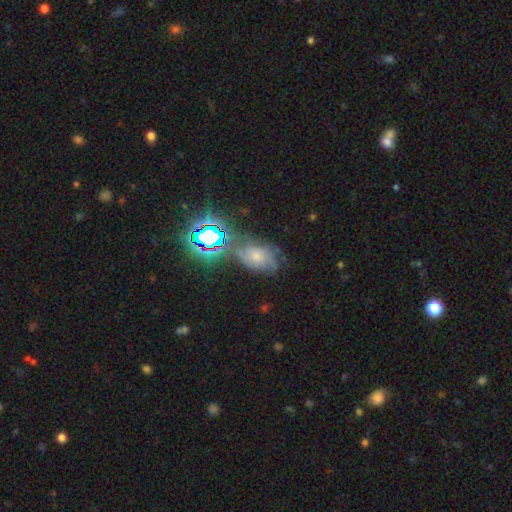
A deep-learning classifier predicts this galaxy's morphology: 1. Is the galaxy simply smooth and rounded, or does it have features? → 40% star or artifact, 32% featured or disk, 28% smooth.